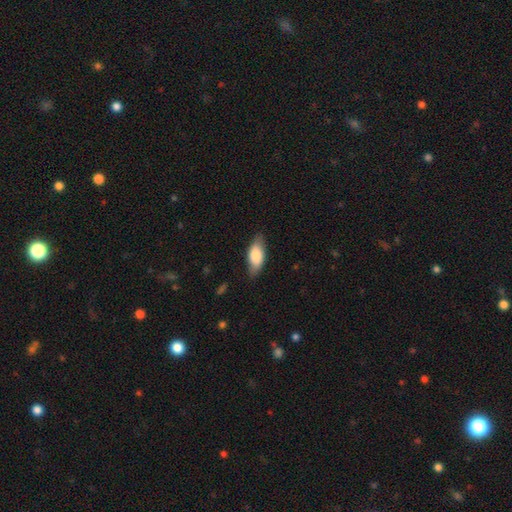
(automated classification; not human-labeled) smooth 77%, featured or disk 17%, star or artifact 6%. Down the decision tree: how rounded — in between (83%); merging — none (77%).